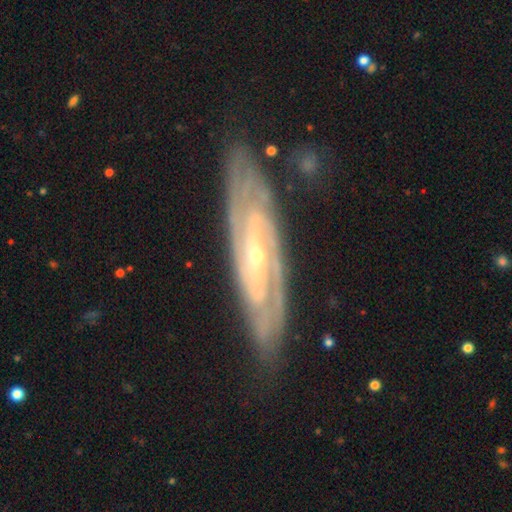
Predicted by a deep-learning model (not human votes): smooth_or_featured: featured or disk (p=0.89) [alt: star or artifact p=0.05]
disk_edge_on: no (p=0.86) [alt: yes p=0.14]
bar: weak (p=0.37) [alt: strong p=0.33]
has_spiral_arms: yes (p=0.97) [alt: no p=0.03]
spiral_winding: tight (p=0.62) [alt: medium p=0.32]
spiral_arm_count: 2 (p=0.57) [alt: can't tell p=0.17]
bulge_size: small (p=0.78) [alt: moderate p=0.18]
merging: none (p=0.81) [alt: minor disturbance p=0.14]